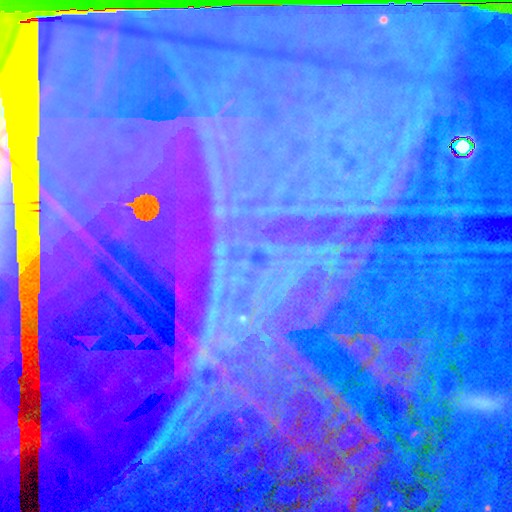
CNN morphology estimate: Smooth or featured? star or artifact (89%)